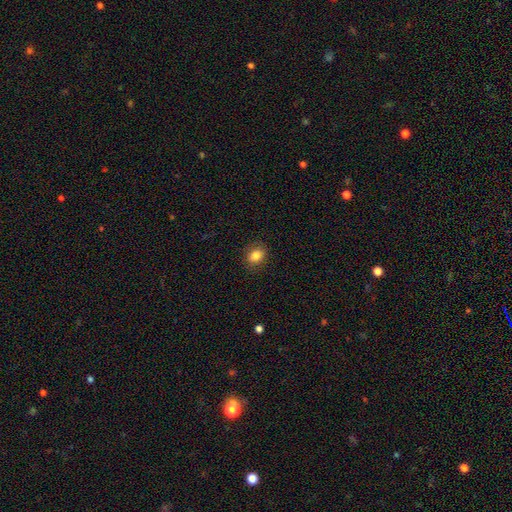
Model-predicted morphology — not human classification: Smooth or featured: smooth — 84% (star or artifact — 10%)
How rounded: in between — 55% (round — 43%)
Merging: none — 87% (minor disturbance — 10%)